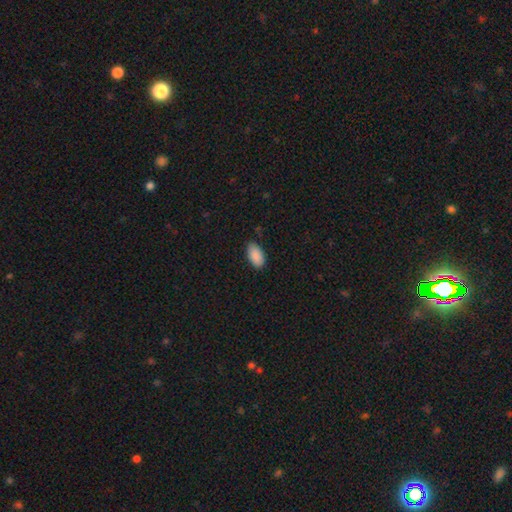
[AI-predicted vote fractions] Overall: smooth (90%). How rounded: in between (95%). Merging: none (83%).